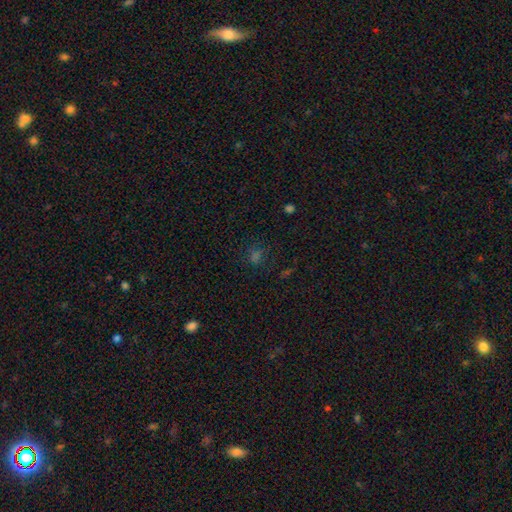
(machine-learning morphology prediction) This is possibly a star or artifact rather than a galaxy (46%).